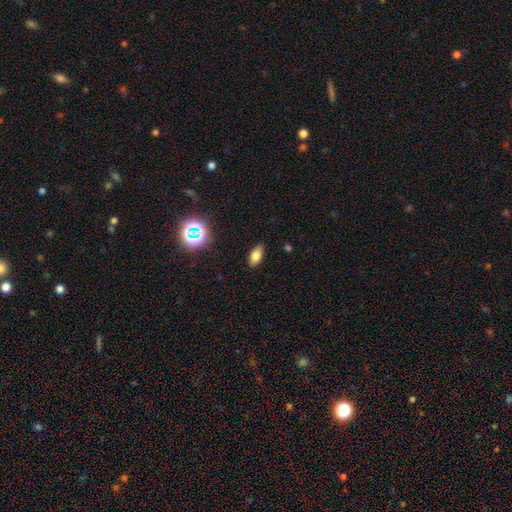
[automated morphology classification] type=smooth (73%); roundness=in between (84%); merging=none (86%).